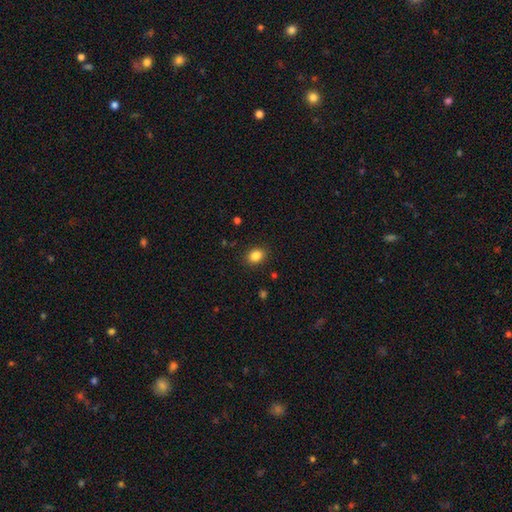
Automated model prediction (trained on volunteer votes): Smooth or featured? smooth (85%)
How rounded? in between (57%)
Merging? none (88%)